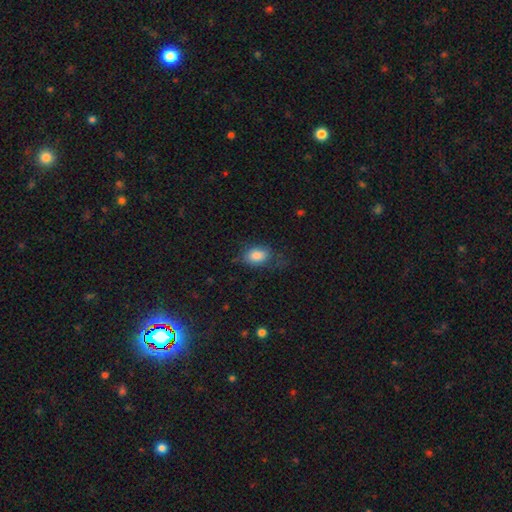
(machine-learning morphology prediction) smooth-or-featured: smooth: 84% | star or artifact: 8% | featured or disk: 8%
  how-rounded: in between: 84% | round: 15% | cigar-shaped: 2%
  merging: none: 60% | minor disturbance: 25% | major disturbance: 14% | merger: 2%